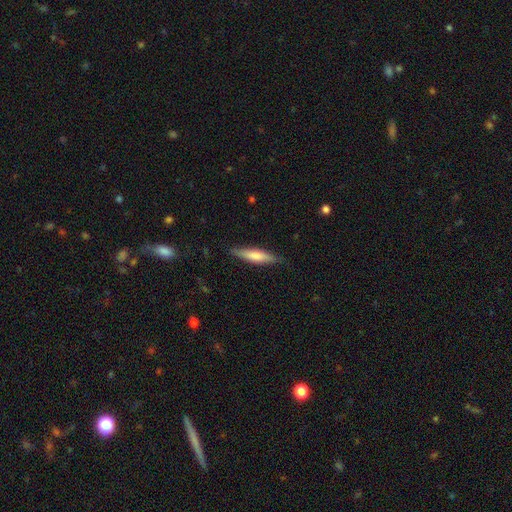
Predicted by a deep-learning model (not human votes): Smooth or featured? Predicted: smooth (p=0.65). How rounded? Predicted: cigar-shaped (p=0.81). Merging? Predicted: none (p=0.85).